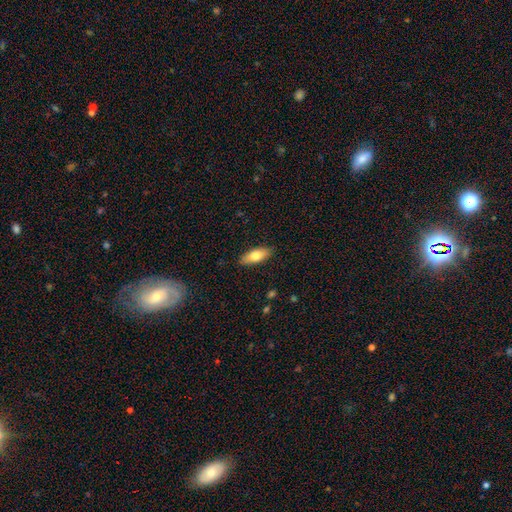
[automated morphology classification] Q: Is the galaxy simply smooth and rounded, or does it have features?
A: smooth — 71%.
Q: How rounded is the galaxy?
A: in between — 74%.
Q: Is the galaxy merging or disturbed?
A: none — 89%.